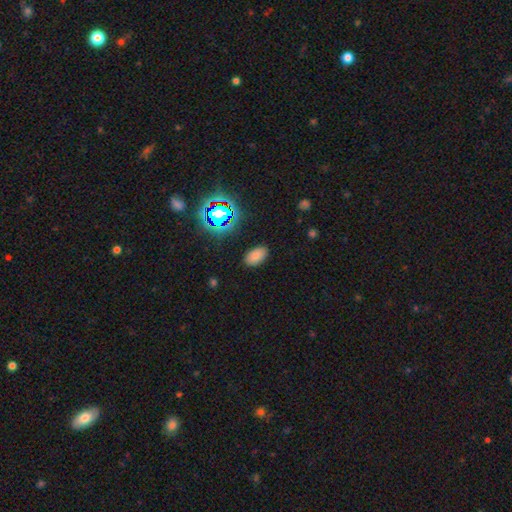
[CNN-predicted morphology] Smooth or featured? smooth (76%)
How rounded? in between (93%)
Merging? none (87%)